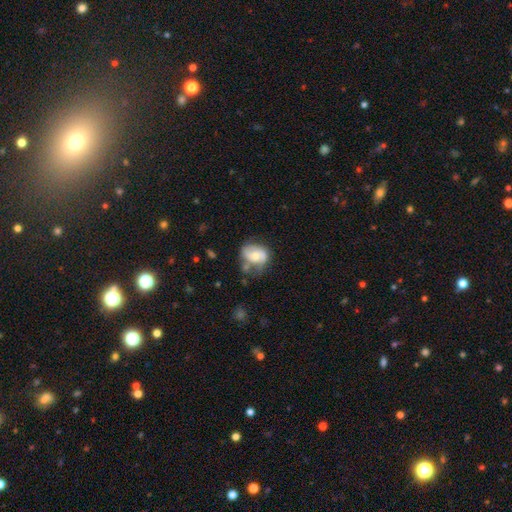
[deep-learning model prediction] Q: Smooth or featured?
A: featured or disk (54%); runner-up: smooth (38%)
Q: Edge-on disk?
A: no (97%); runner-up: yes (3%)
Q: Bar?
A: no (66%); runner-up: weak (27%)
Q: Spiral arms?
A: yes (73%); runner-up: no (27%)
Q: Bulge size?
A: moderate (54%); runner-up: small (33%)
Q: Merging?
A: none (41%); runner-up: minor disturbance (31%)